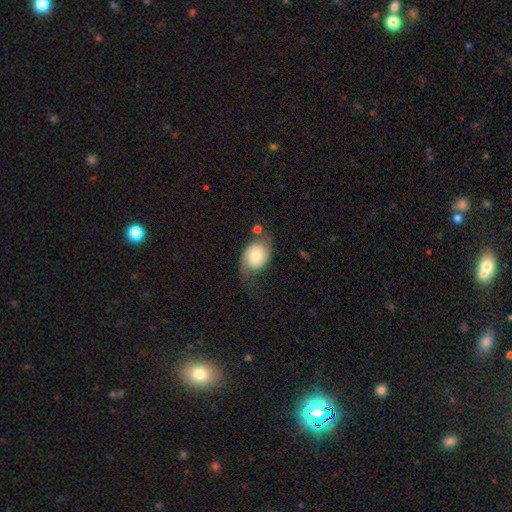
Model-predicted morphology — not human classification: smooth_or_featured: smooth (p=0.50) [alt: featured or disk p=0.43]
merging: none (p=0.45) [alt: minor disturbance p=0.29]